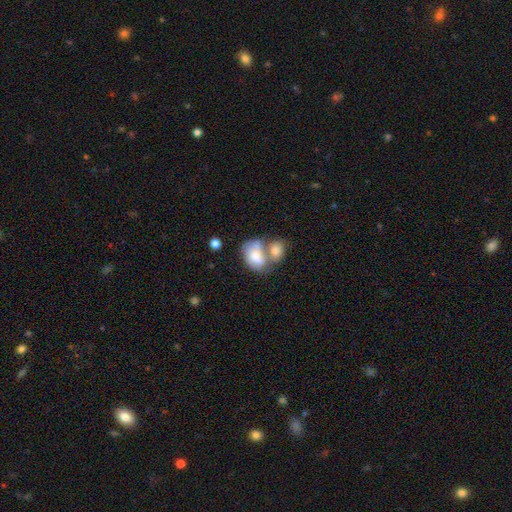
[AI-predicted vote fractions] Smooth or featured? Predicted: smooth (p=0.67). How rounded? Predicted: in between (p=0.81). Merging? Predicted: merger (p=0.61).